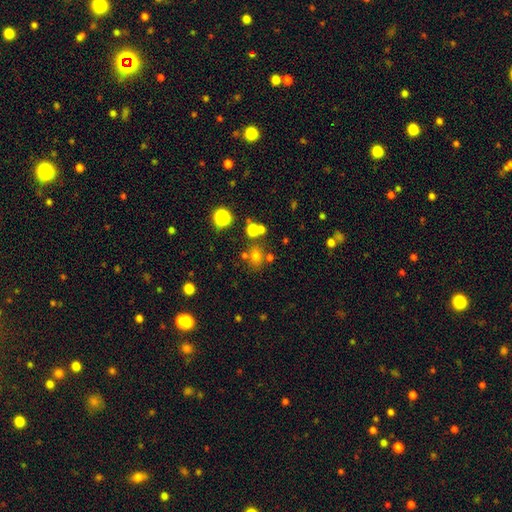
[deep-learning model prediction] smooth-or-featured: smooth: 66% | star or artifact: 24% | featured or disk: 10%
  how-rounded: round: 74% | in between: 25% | cigar-shaped: 1%
  merging: none: 65% | merger: 19% | minor disturbance: 11% | major disturbance: 5%